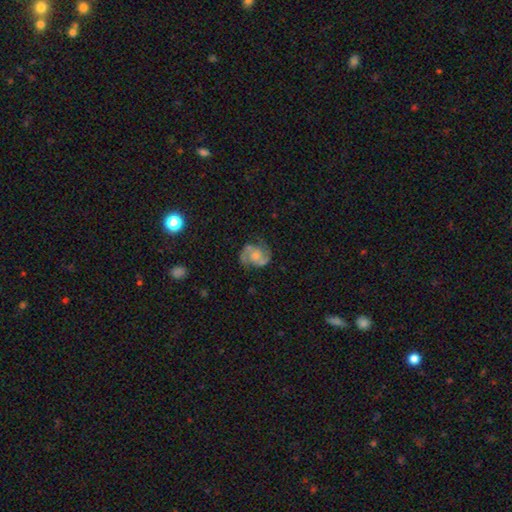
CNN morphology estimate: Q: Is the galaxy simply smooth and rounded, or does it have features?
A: featured or disk — 76%.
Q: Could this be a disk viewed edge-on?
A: no — 98%.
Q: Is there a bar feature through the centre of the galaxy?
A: no — 67%.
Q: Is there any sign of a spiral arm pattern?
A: yes — 92%.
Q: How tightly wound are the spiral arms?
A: medium — 52%.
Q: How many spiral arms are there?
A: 2 — 85%.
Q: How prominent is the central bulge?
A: moderate — 37%.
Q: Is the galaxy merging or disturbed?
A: none — 68%.